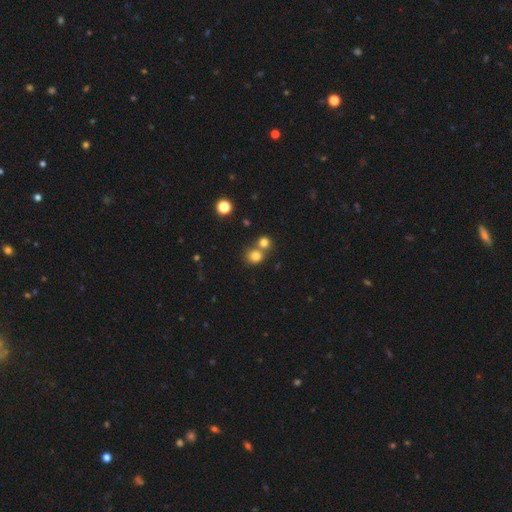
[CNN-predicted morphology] This is likely a smooth galaxy (80%). How rounded: clearly round (86%). Merging: possibly none (55%).